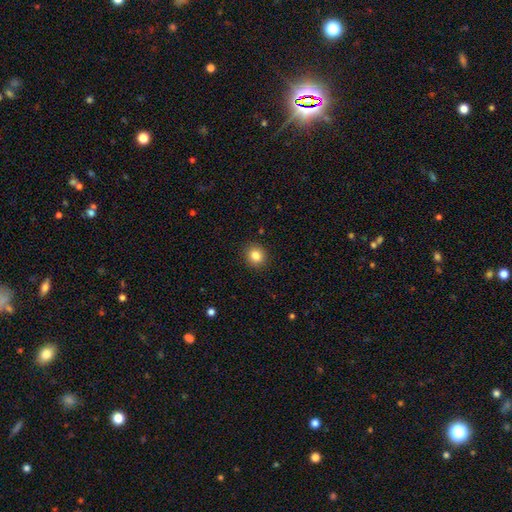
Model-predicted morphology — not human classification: A smooth galaxy with no disk features (84%) that is round (79%). Merging: none (91%).